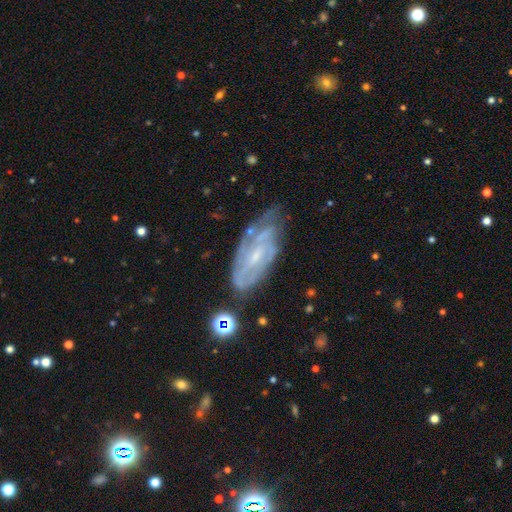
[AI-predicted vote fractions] The model was most divided on "bar": weak: 45%, no: 39%, strong: 16%. Remaining: edge-on disk — no (91%); spiral arms — yes (88%); smooth or featured — featured or disk (77%); bulge size — small (69%); merging — none (60%); spiral winding — tight (54%); spiral arm count — can't tell (44%).